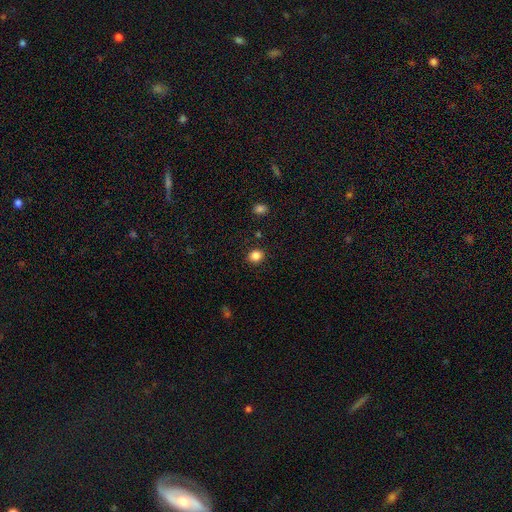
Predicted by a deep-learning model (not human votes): Overall: smooth (84%). How rounded: round (72%). Merging: none (89%).